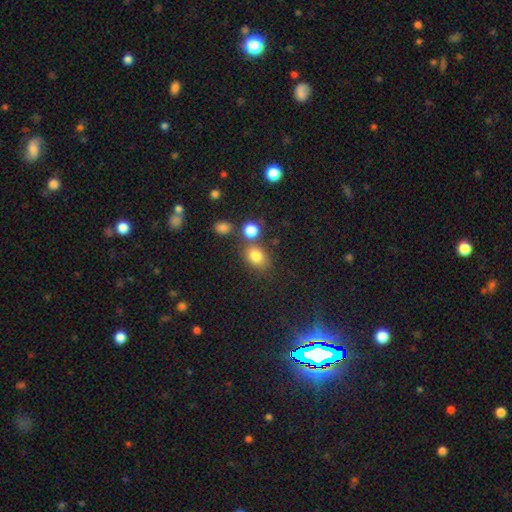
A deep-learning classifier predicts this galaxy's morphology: Smooth or featured: smooth — 79% (star or artifact — 13%)
How rounded: in between — 55% (round — 43%)
Merging: none — 63% (merger — 19%)